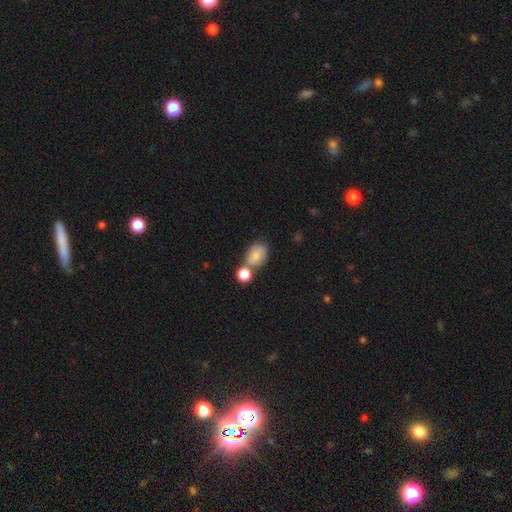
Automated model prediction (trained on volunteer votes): The model was most divided on "merging": none: 49%, merger: 30%, minor disturbance: 16%, major disturbance: 5%. More confident: smooth or featured — smooth (79%); how rounded — in between (69%).